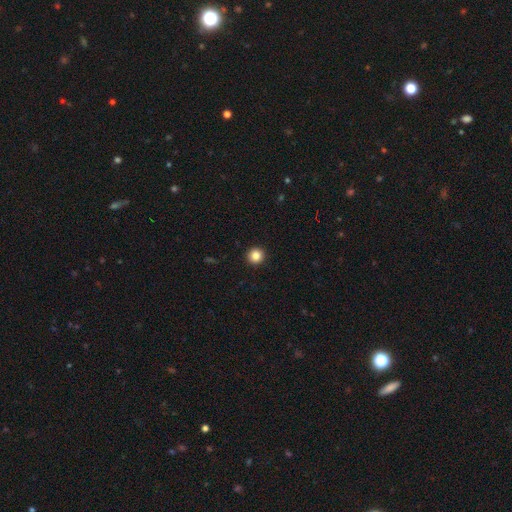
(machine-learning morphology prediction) This appears to be a smooth galaxy with no disk features (86%) that is round (95%). Merging: none (94%).